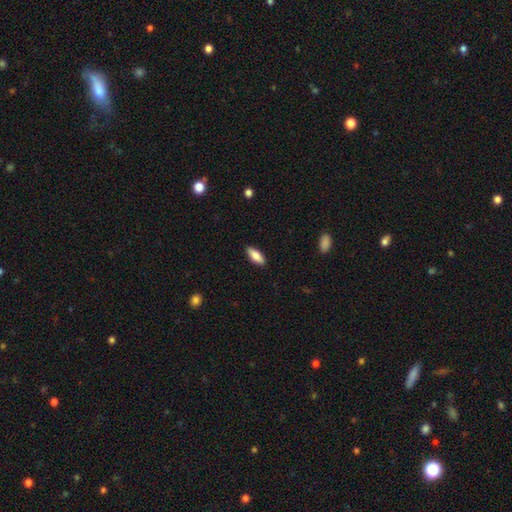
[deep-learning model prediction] A smooth galaxy with no disk features (77%) that is in between round and cigar-shaped (70%).

Vote fractions:
- Smooth or featured? smooth: 77% / featured or disk: 17% / star or artifact: 6%
- How rounded? in between: 70% / cigar-shaped: 28% / round: 2%
- Merging? none: 89% / minor disturbance: 8% / major disturbance: 2% / merger: 1%